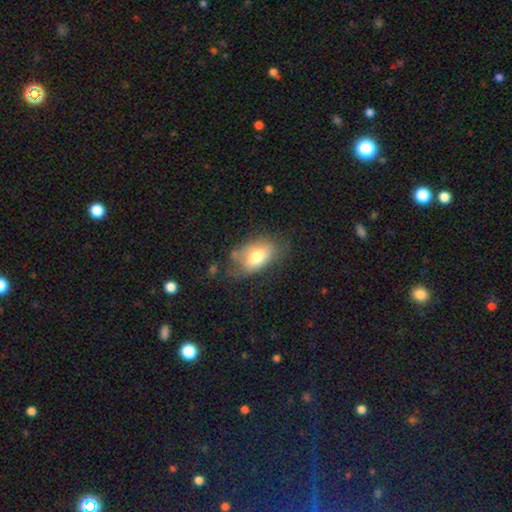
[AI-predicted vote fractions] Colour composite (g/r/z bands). It shows a smooth galaxy with no disk features (70%) that is in between round and cigar-shaped (90%). Merging: none (54%).